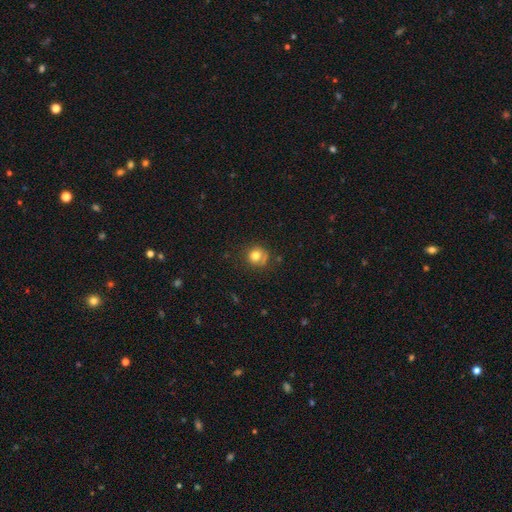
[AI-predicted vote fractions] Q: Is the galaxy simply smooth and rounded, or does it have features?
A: smooth — 77%.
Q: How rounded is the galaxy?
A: round — 88%.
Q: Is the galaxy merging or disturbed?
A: none — 67%.